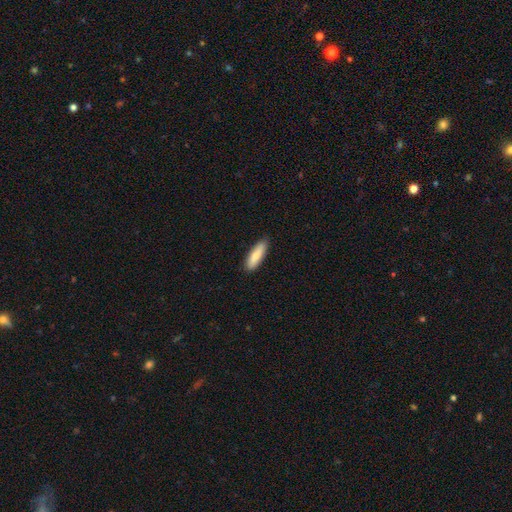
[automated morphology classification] Smooth or featured? Predicted: smooth (p=0.78). How rounded? Predicted: cigar-shaped (p=0.56). Merging? Predicted: none (p=0.87).